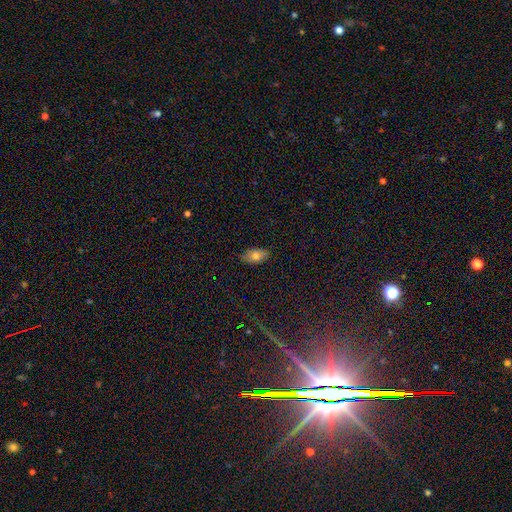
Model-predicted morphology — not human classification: smooth-or-featured: smooth: 73% | featured or disk: 16% | star or artifact: 11%
  how-rounded: in between: 90% | round: 6% | cigar-shaped: 4%
  merging: none: 80% | minor disturbance: 17% | major disturbance: 2% | merger: 1%